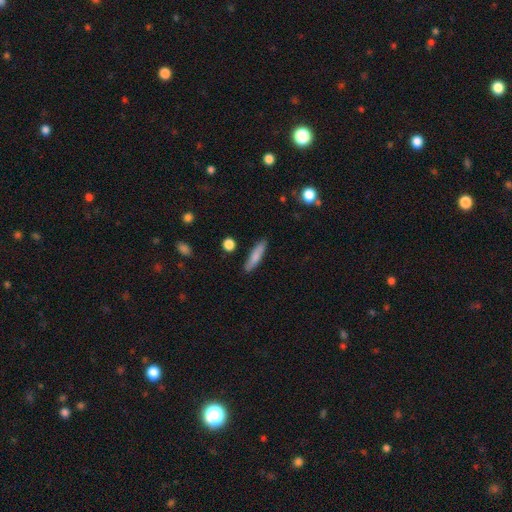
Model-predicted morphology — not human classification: Q: Smooth or featured?
A: smooth (78%); runner-up: featured or disk (16%)
Q: How rounded?
A: cigar-shaped (81%); runner-up: in between (17%)
Q: Merging?
A: none (86%); runner-up: minor disturbance (10%)